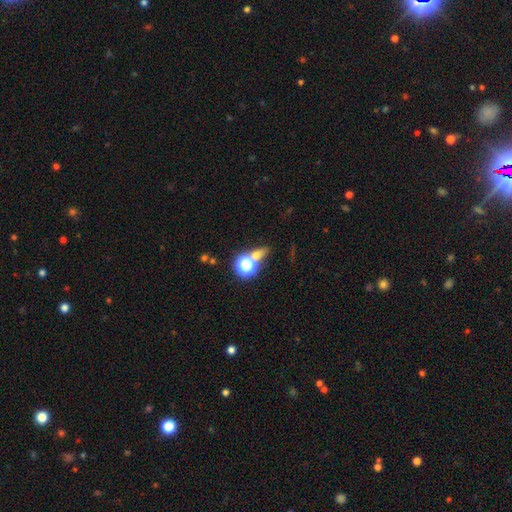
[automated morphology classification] smooth_or_featured: smooth (p=0.52) [alt: star or artifact p=0.34]
how_rounded: round (p=0.54) [alt: in between p=0.37]
merging: none (p=0.58) [alt: merger p=0.26]